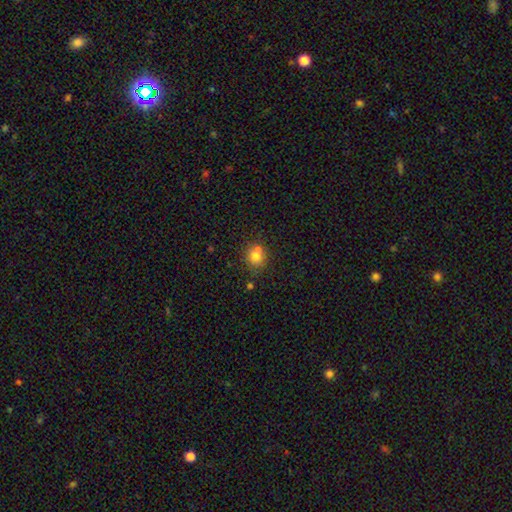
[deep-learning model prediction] This is likely a smooth galaxy (77%). How rounded: likely round (78%). Merging: likely none (61%).